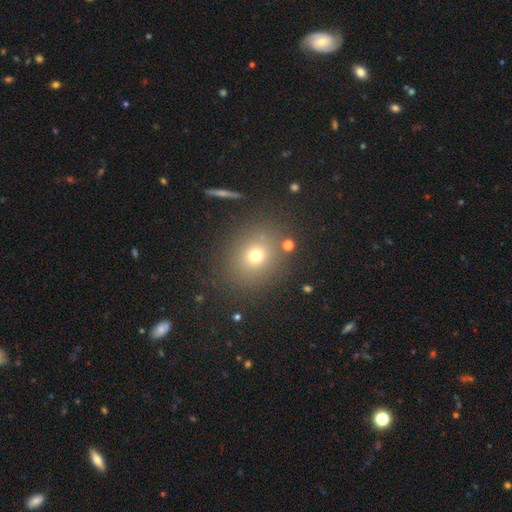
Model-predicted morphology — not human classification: Smooth or featured? smooth (68%)
How rounded? round (70%)
Merging? none (83%)